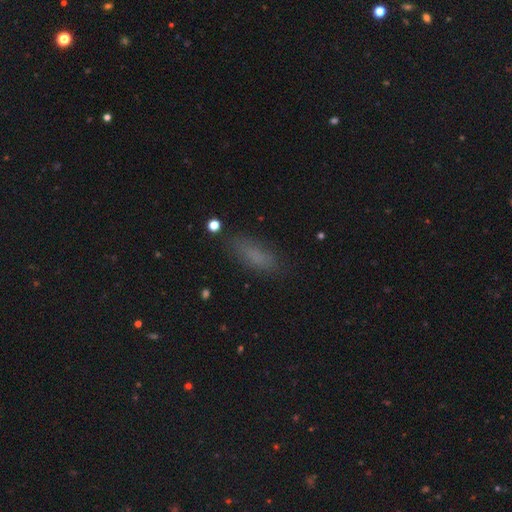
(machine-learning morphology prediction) The model was most divided on "how rounded": in between: 59%, cigar-shaped: 38%, round: 3%. More confident: merging — none (77%); smooth or featured — smooth (77%).